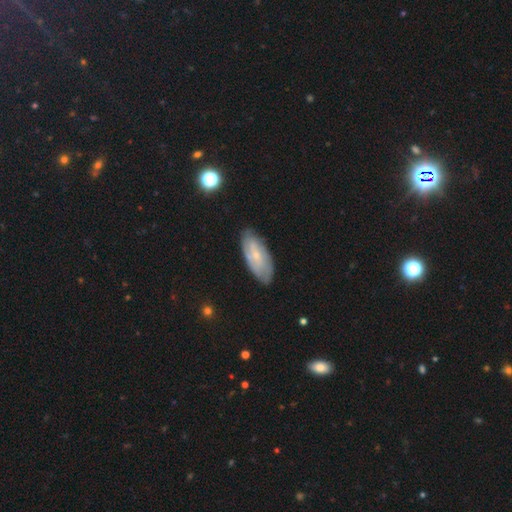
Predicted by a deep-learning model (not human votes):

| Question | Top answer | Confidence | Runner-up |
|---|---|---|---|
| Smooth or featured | featured or disk | 54% | smooth (39%) |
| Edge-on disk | no | 88% | yes (12%) |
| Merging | none | 78% | minor disturbance (17%) |